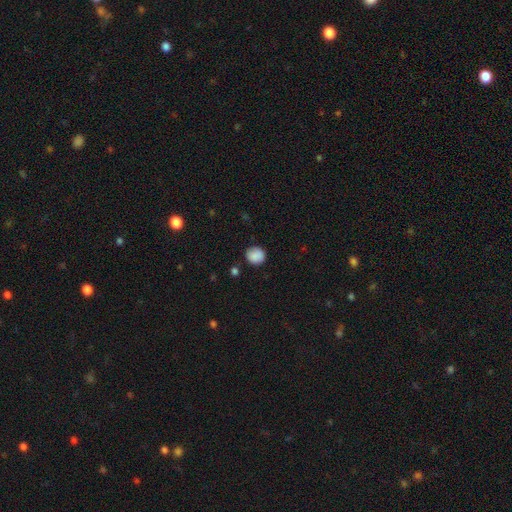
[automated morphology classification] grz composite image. It shows a smooth galaxy with no disk features (88%) that is round (86%). Merging: none (84%).